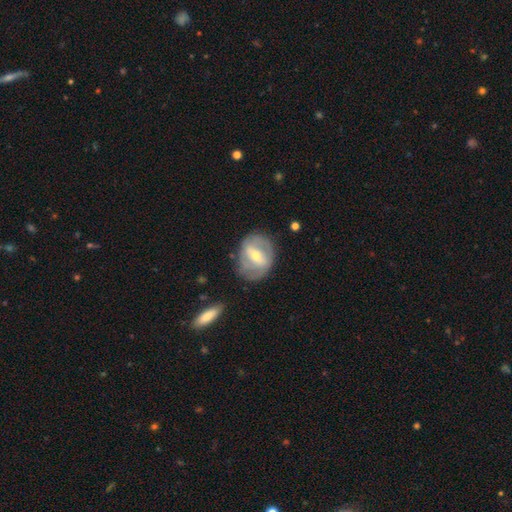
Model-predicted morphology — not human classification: Smooth or featured?
  - featured or disk: 69% *
  - smooth: 25%
  - star or artifact: 6%
Edge-on disk?
  - no: 95% *
  - yes: 5%
Bar?
  - strong: 42% *
  - weak: 40%
  - no: 18%
Spiral arms?
  - yes: 64% *
  - no: 36%
Bulge size?
  - moderate: 49% *
  - small: 46%
  - large: 3%
  - none: 1%
  - dominant: 1%
Merging?
  - none: 71% *
  - minor disturbance: 19%
  - major disturbance: 9%
  - merger: 2%